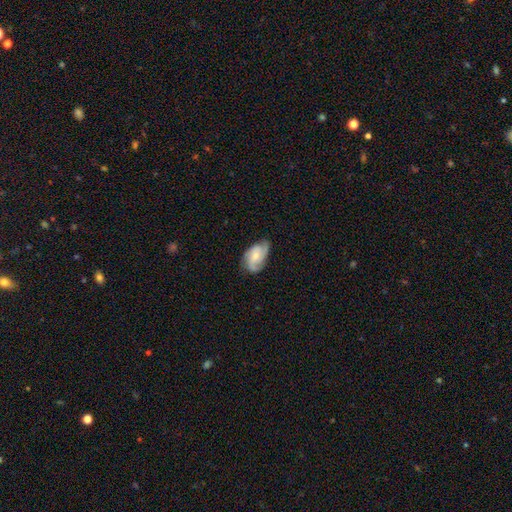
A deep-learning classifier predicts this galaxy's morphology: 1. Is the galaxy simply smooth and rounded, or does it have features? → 71% featured or disk, 23% smooth, 6% star or artifact.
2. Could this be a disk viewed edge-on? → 97% no, 3% yes.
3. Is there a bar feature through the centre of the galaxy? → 70% no, 25% weak, 5% strong.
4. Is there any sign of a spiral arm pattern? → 95% yes, 5% no.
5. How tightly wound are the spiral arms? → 46% medium, 36% tight, 18% loose.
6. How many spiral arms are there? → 54% 3, 24% 2, 10% can't tell, 6% 4, 3% 1, 3% more than 4.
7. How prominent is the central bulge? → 52% small, 38% moderate, 5% none, 3% large, 1% dominant.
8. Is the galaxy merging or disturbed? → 66% none, 25% minor disturbance, 8% major disturbance, 1% merger.